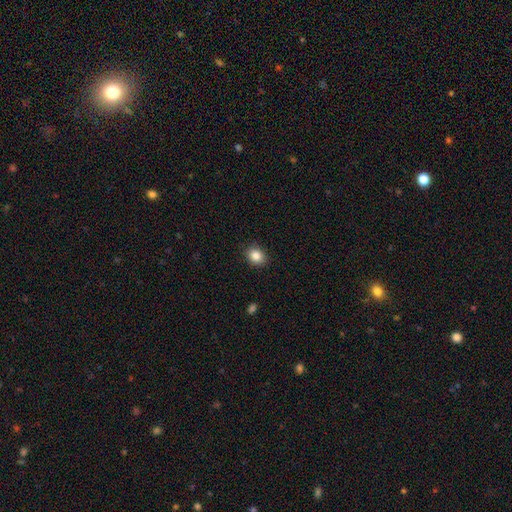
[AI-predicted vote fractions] Smooth or featured? Predicted: smooth (p=0.85). How rounded? Predicted: round (p=0.53). Merging? Predicted: none (p=0.89).